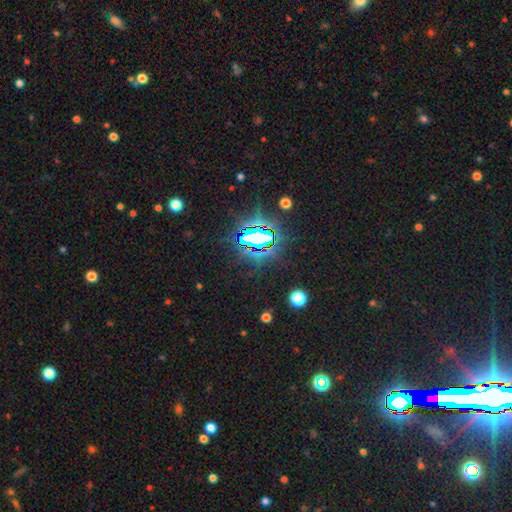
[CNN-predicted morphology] smooth_or_featured: star or artifact (p=0.83) [alt: smooth p=0.10]